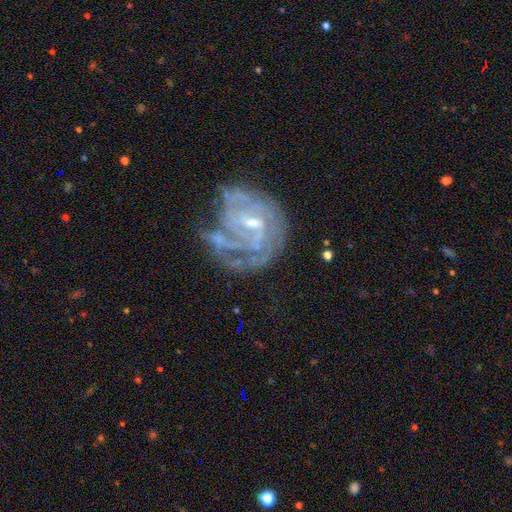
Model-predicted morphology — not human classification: featured or disk 85%, star or artifact 8%, smooth 7%. Down the decision tree: edge-on disk — no (97%); bar — weak (53%); spiral arms — yes (92%); spiral arm count — can't tell (38%); spiral winding — tight (64%); bulge size — small (65%); merging — none (42%).